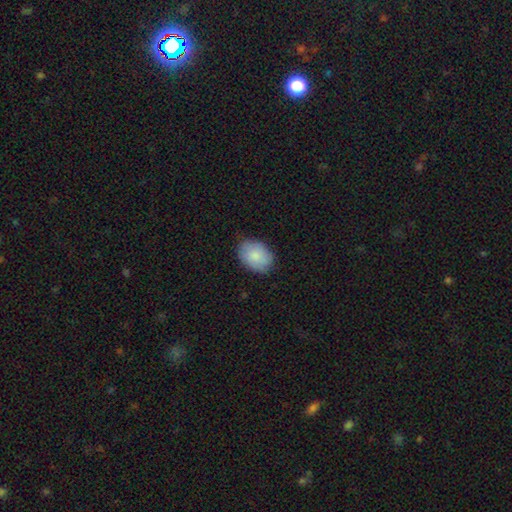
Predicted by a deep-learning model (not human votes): Smooth or featured? smooth (84%)
How rounded? in between (78%)
Merging? none (81%)